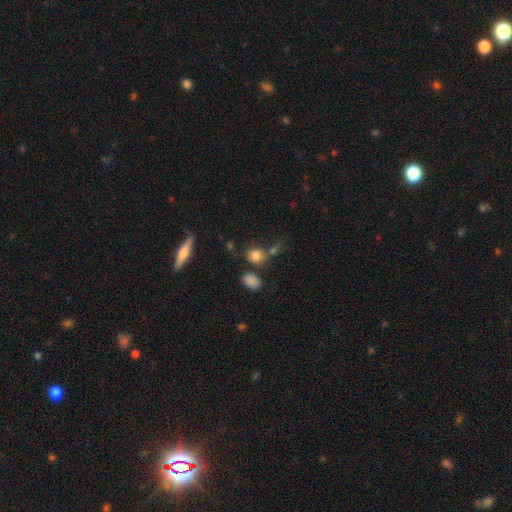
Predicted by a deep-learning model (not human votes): This is clearly a smooth galaxy (82%). How rounded: likely round (68%). Merging: possibly none (58%).